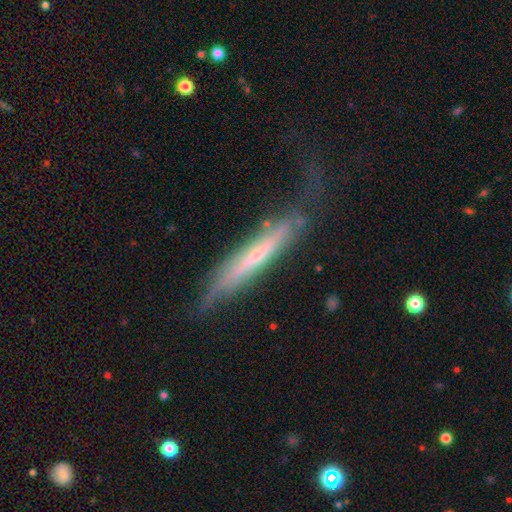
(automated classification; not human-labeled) This appears to be a featured or disk galaxy (62%) viewed edge-on (81%) with no central bulge (61%). Merging: none (55%).